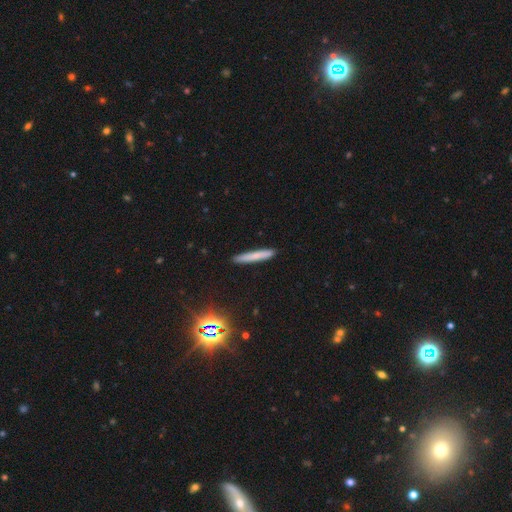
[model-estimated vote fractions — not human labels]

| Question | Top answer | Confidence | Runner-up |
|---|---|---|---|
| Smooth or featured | smooth | 73% | featured or disk (18%) |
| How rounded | cigar-shaped | 95% | in between (4%) |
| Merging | none | 90% | minor disturbance (7%) |